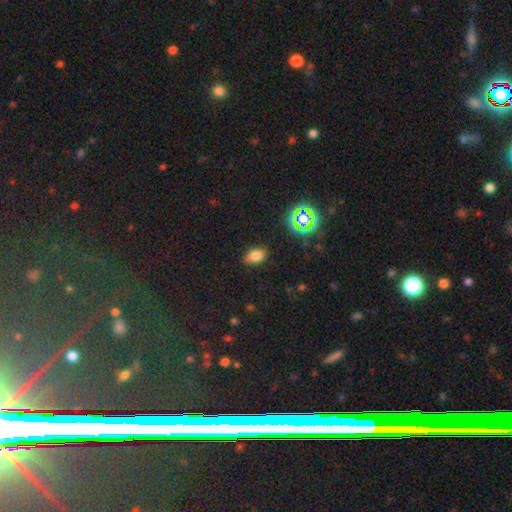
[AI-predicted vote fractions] This appears to be a smooth galaxy with no disk features (76%) that is in between round and cigar-shaped (86%). Merging: none (84%).